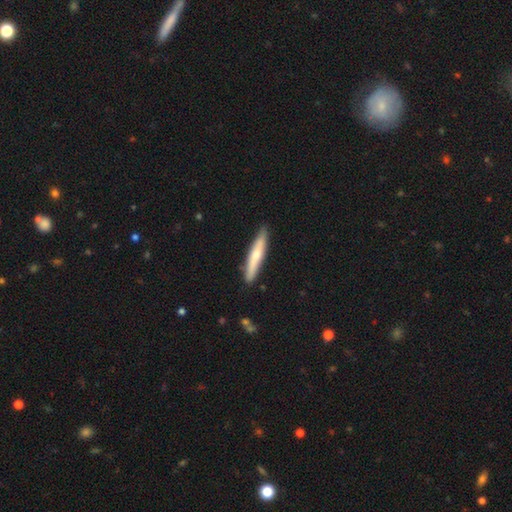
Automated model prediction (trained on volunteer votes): This is likely a smooth galaxy (60%). How rounded: clearly cigar-shaped (91%). Merging: clearly none (86%).